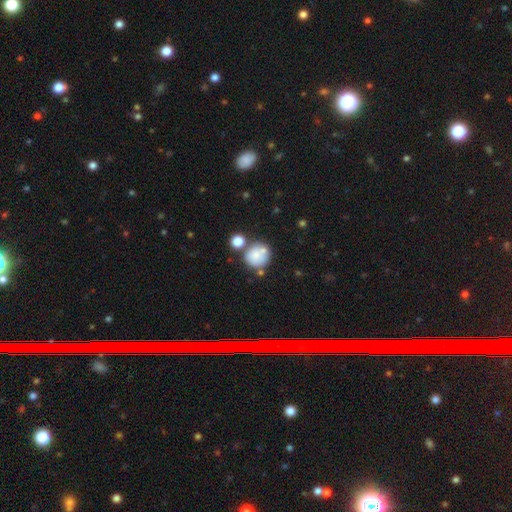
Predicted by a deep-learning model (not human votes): This appears to be a smooth galaxy with no disk features (76%) that is round (83%). Merging: none (53%).